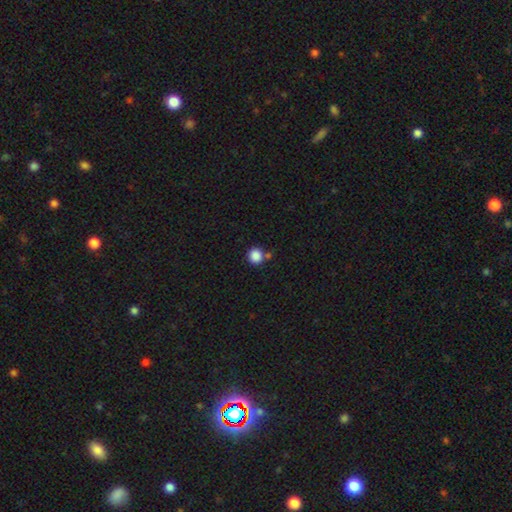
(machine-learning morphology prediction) type=smooth (86%); roundness=round (88%); merging=none (70%).